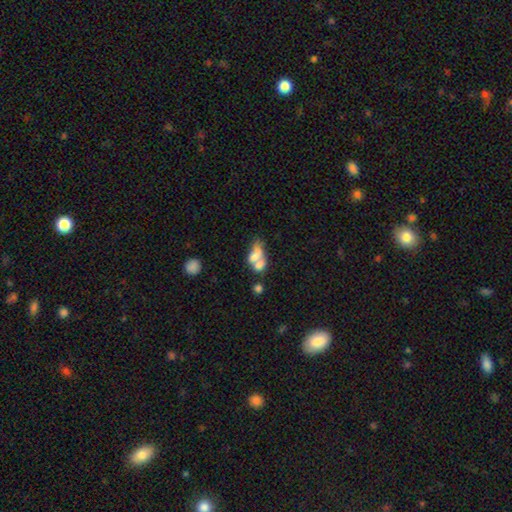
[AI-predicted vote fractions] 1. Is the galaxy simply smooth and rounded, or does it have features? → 58% smooth, 31% featured or disk, 11% star or artifact.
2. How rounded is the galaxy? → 78% in between, 14% round, 8% cigar-shaped.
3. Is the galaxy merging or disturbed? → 63% merger, 16% none, 11% major disturbance, 9% minor disturbance.